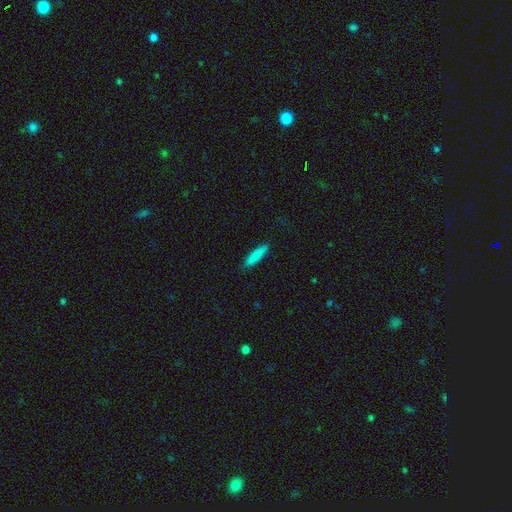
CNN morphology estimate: Smooth or featured? Predicted: smooth (p=0.84). How rounded? Predicted: cigar-shaped (p=0.85). Merging? Predicted: none (p=0.88).